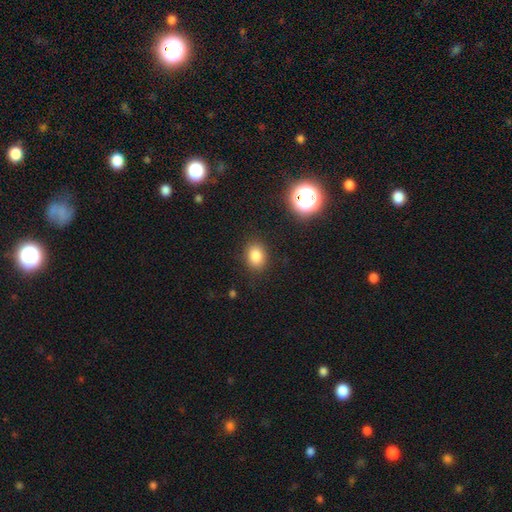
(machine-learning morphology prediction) Smooth or featured?
  - smooth: 82% *
  - star or artifact: 12%
  - featured or disk: 6%
How rounded?
  - in between: 58% *
  - round: 41%
  - cigar-shaped: 1%
Merging?
  - none: 86% *
  - minor disturbance: 9%
  - major disturbance: 3%
  - merger: 1%